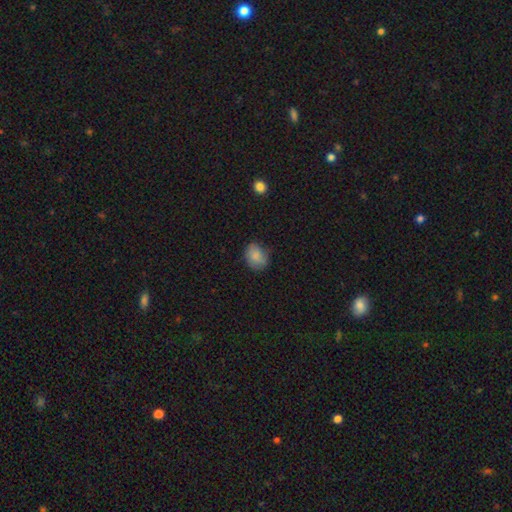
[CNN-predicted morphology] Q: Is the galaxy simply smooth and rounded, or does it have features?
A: smooth — 82%.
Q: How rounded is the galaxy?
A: in between — 57%.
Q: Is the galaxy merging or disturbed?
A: none — 68%.